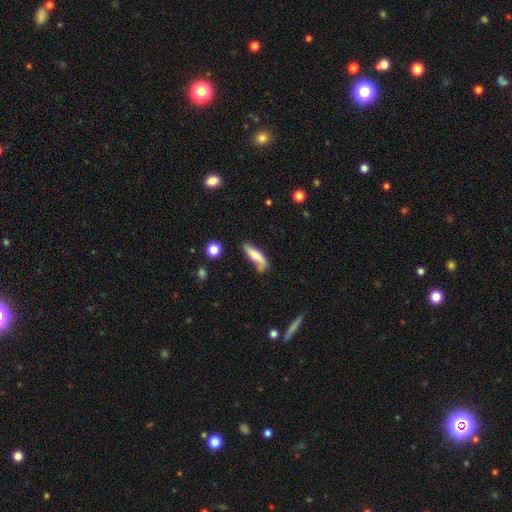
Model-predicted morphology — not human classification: Smooth or featured? smooth (61%)
How rounded? cigar-shaped (56%)
Merging? none (49%)